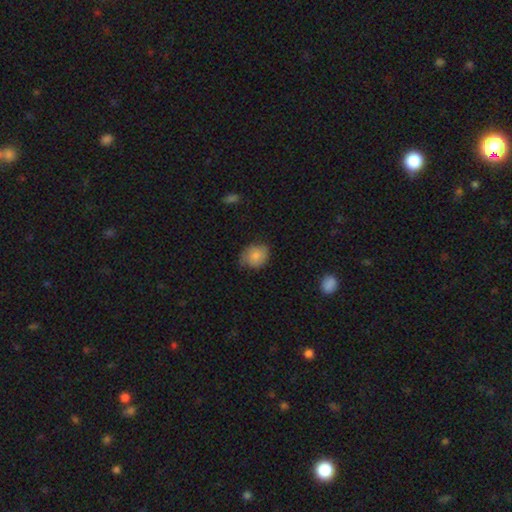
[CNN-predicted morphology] type=smooth (80%); roundness=round (62%); merging=none (60%).